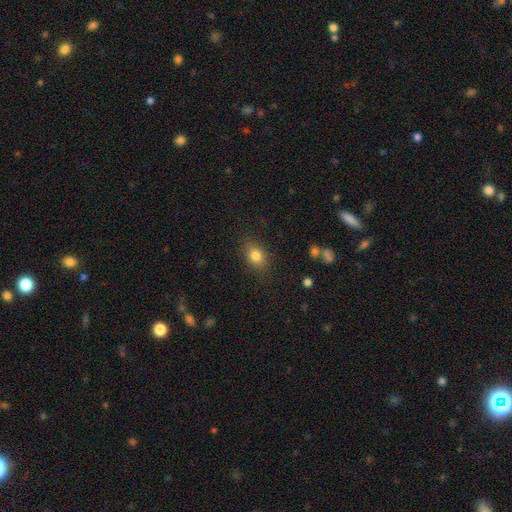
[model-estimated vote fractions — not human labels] Smooth or featured? Predicted: smooth (p=0.82). How rounded? Predicted: in between (p=0.73). Merging? Predicted: none (p=0.84).